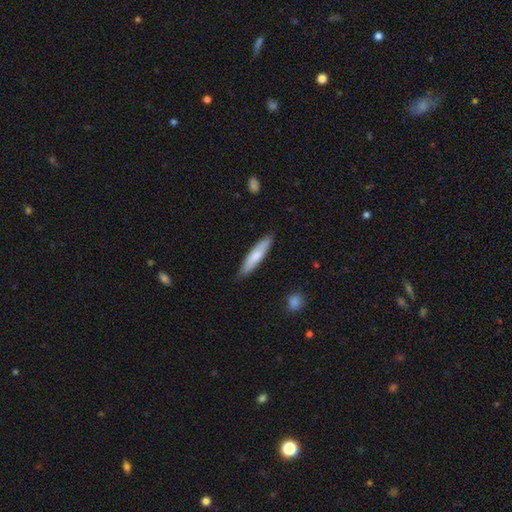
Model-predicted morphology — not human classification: Smooth or featured? Predicted: smooth (p=0.70). How rounded? Predicted: cigar-shaped (p=0.84). Merging? Predicted: none (p=0.86).